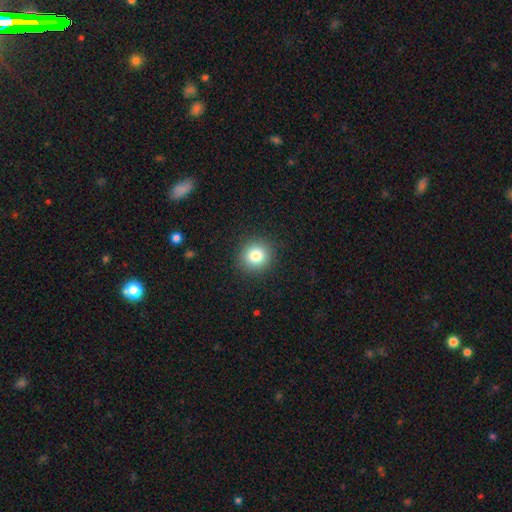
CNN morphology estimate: smooth 82%, star or artifact 11%, featured or disk 7%. Down the decision tree: how rounded — round (92%); merging — none (91%).